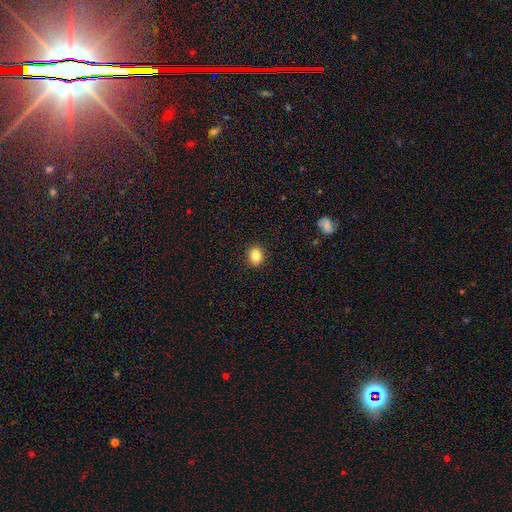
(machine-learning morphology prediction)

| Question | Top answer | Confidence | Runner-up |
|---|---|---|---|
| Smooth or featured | smooth | 84% | star or artifact (10%) |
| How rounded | round | 50% | in between (49%) |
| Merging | none | 90% | minor disturbance (7%) |